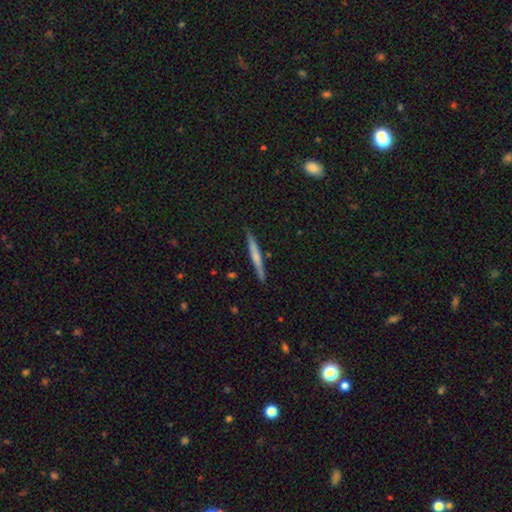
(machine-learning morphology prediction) This appears to be a smooth galaxy with no disk features (50%). Merging: none (89%).